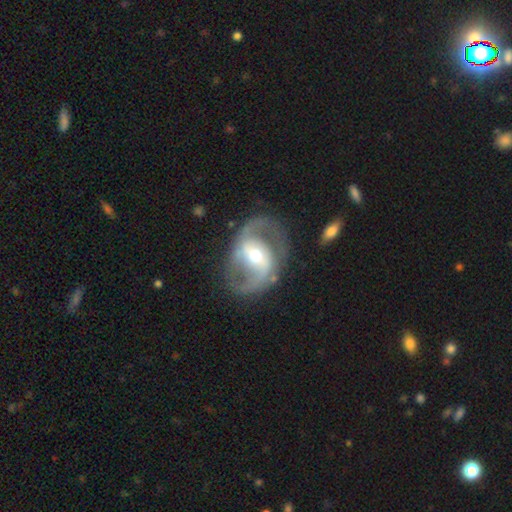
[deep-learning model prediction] Smooth or featured? featured or disk (84%)
Edge-on disk? no (97%)
Bar? weak (38%)
Spiral arms? yes (86%)
Spiral winding? medium (53%)
Spiral arm count? 2 (90%)
Bulge size? moderate (66%)
Merging? none (77%)